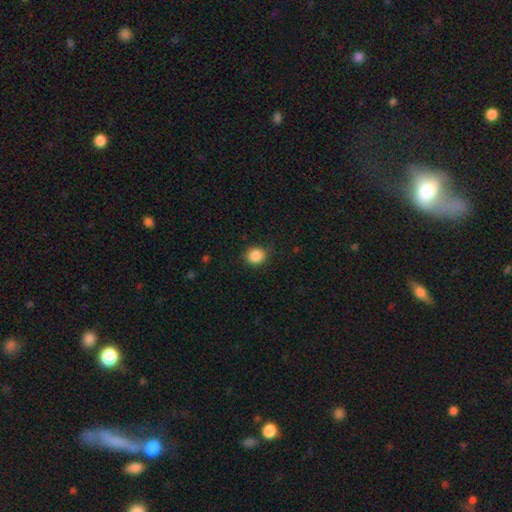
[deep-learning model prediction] Q: Smooth or featured?
A: smooth (87%); runner-up: star or artifact (10%)
Q: How rounded?
A: round (81%); runner-up: in between (18%)
Q: Merging?
A: none (85%); runner-up: minor disturbance (11%)